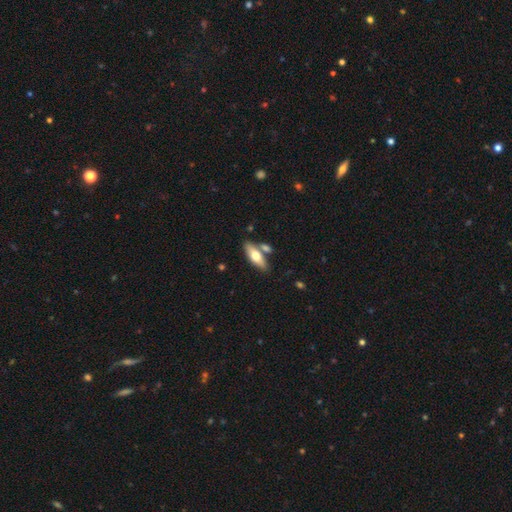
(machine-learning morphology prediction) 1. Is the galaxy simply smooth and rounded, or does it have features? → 64% smooth, 30% featured or disk, 6% star or artifact.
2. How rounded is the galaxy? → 63% in between, 34% cigar-shaped, 3% round.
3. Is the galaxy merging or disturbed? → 68% none, 18% merger, 11% minor disturbance, 3% major disturbance.